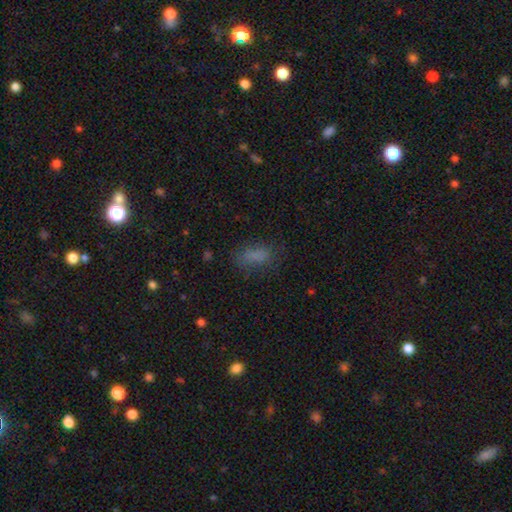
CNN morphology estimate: smooth_or_featured: smooth (p=0.77) [alt: star or artifact p=0.14]
how_rounded: in between (p=0.82) [alt: cigar-shaped p=0.12]
merging: none (p=0.67) [alt: minor disturbance p=0.20]